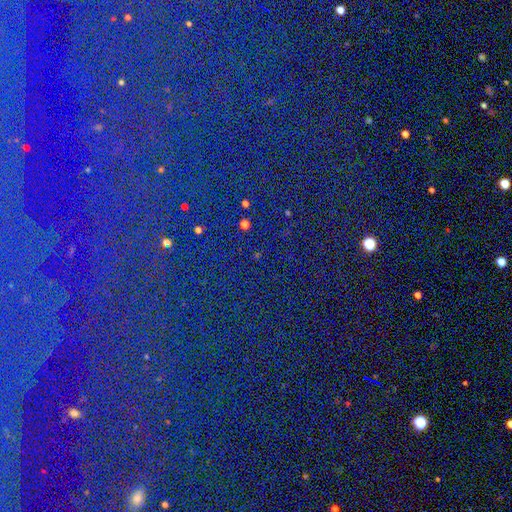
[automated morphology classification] Overall: star or artifact (83%).